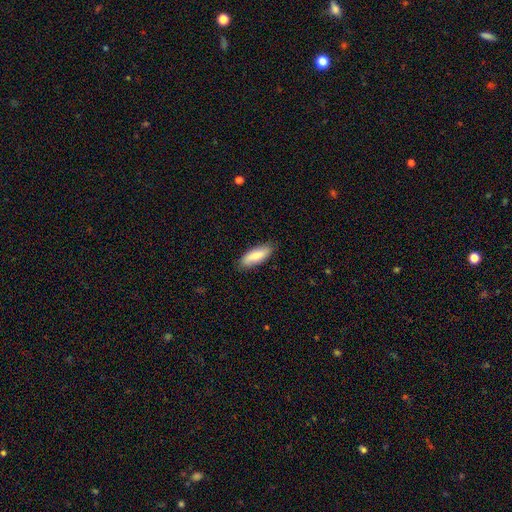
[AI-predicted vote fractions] This is likely a smooth galaxy (77%). How rounded: likely in between (68%). Merging: clearly none (86%).